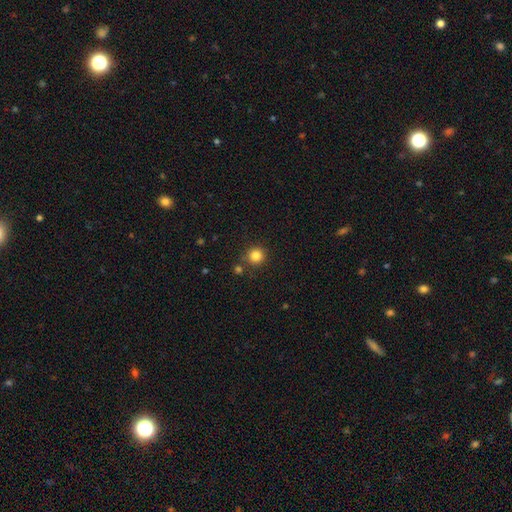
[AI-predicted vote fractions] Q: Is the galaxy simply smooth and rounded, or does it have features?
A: smooth — 83%.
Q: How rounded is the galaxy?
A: round — 94%.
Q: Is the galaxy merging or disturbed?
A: none — 83%.